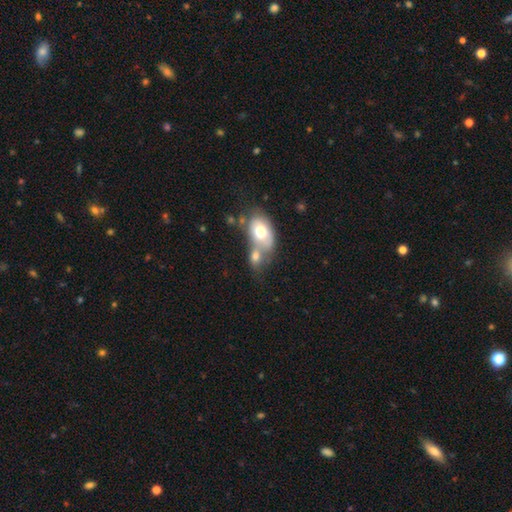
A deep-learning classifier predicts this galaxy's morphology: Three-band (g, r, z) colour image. It shows a smooth galaxy with no disk features (67%) that is in between round and cigar-shaped (77%). Merging: merger (61%).